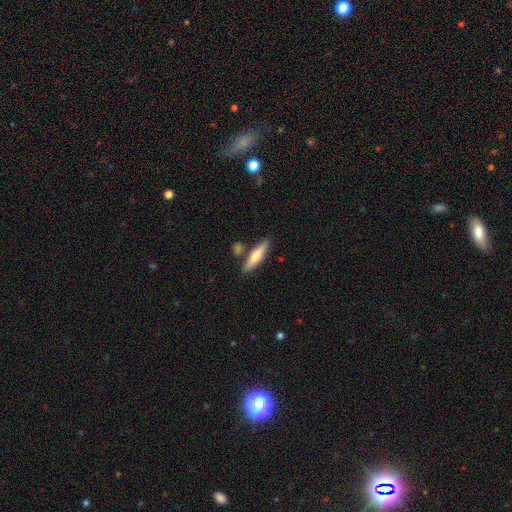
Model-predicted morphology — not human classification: smooth_or_featured: smooth (p=0.58) [alt: featured or disk p=0.36]
how_rounded: cigar-shaped (p=0.75) [alt: in between p=0.22]
merging: none (p=0.79) [alt: minor disturbance p=0.10]